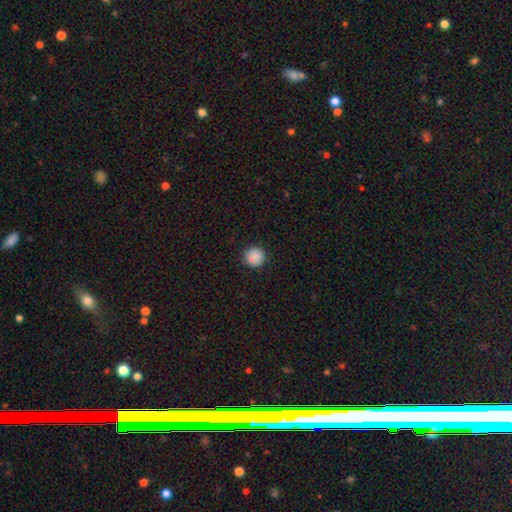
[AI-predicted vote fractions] A smooth galaxy with no disk features (87%) that is round (94%). Merging: none (88%).